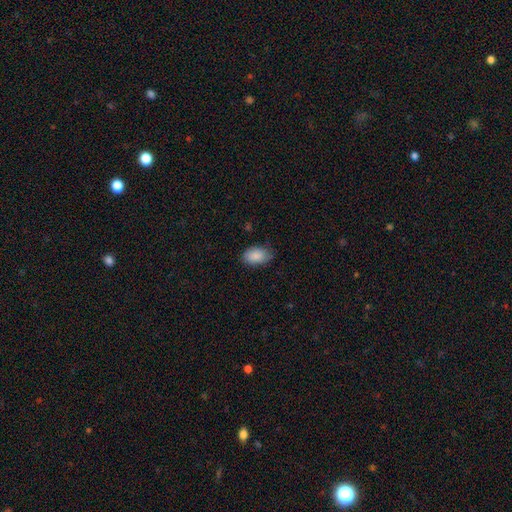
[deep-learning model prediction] A smooth galaxy with no disk features (89%) that is in between round and cigar-shaped (90%).

Vote fractions:
- Smooth or featured? smooth: 89% / star or artifact: 7% / featured or disk: 5%
- How rounded? in between: 90% / round: 8% / cigar-shaped: 1%
- Merging? none: 76% / minor disturbance: 19% / major disturbance: 4% / merger: 1%